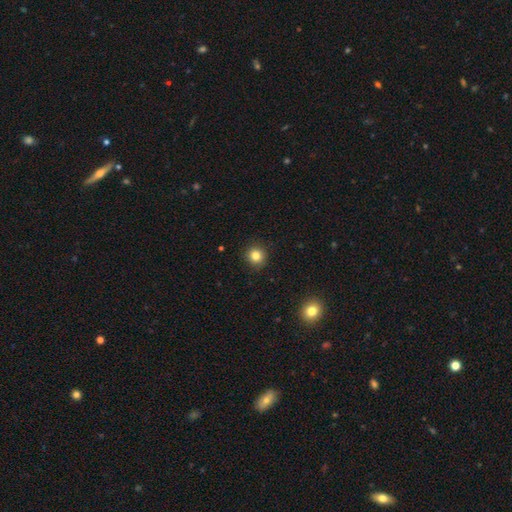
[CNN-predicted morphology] Q: Smooth or featured?
A: smooth (83%); runner-up: star or artifact (12%)
Q: How rounded?
A: round (91%); runner-up: in between (8%)
Q: Merging?
A: none (91%); runner-up: minor disturbance (6%)